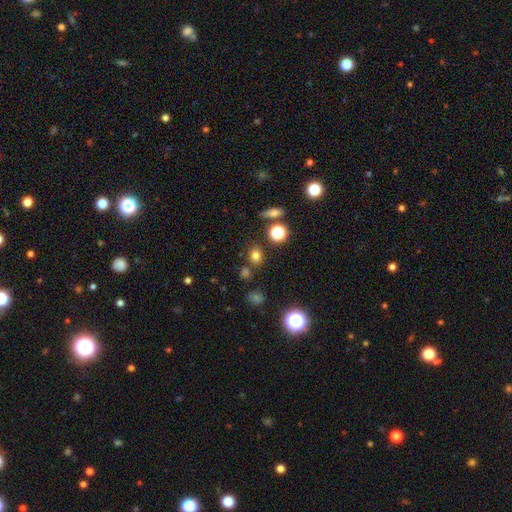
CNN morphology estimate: This appears to be a smooth galaxy with no disk features (74%) that is round (63%). Merging: none (79%).